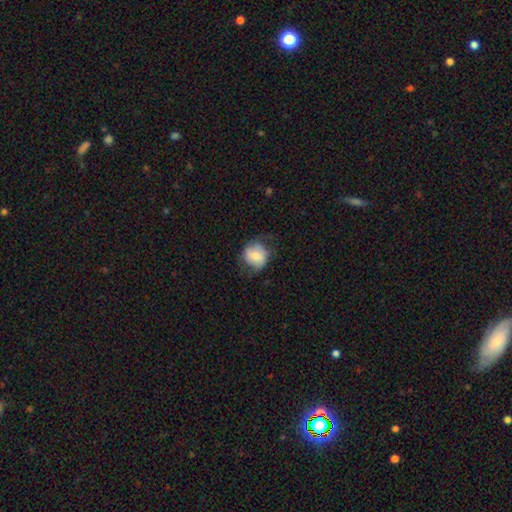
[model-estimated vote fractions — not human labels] Smooth or featured? Predicted: smooth (p=0.62). How rounded? Predicted: round (p=0.73). Merging? Predicted: none (p=0.59).